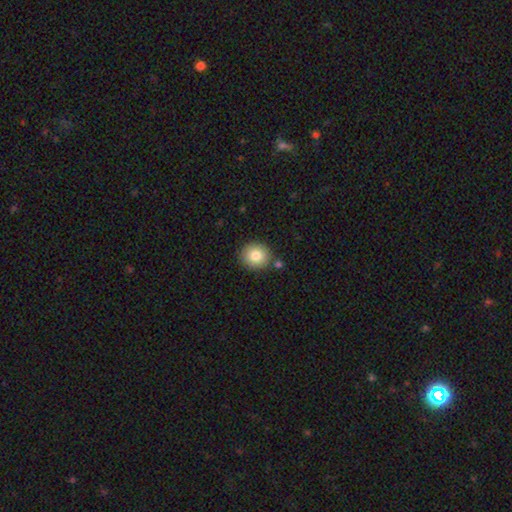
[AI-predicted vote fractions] A smooth galaxy with no disk features (83%) that is round (83%).

Vote fractions:
- Smooth or featured? smooth: 83% / star or artifact: 9% / featured or disk: 8%
- How rounded? round: 83% / in between: 16% / cigar-shaped: 1%
- Merging? none: 84% / minor disturbance: 9% / merger: 5% / major disturbance: 2%